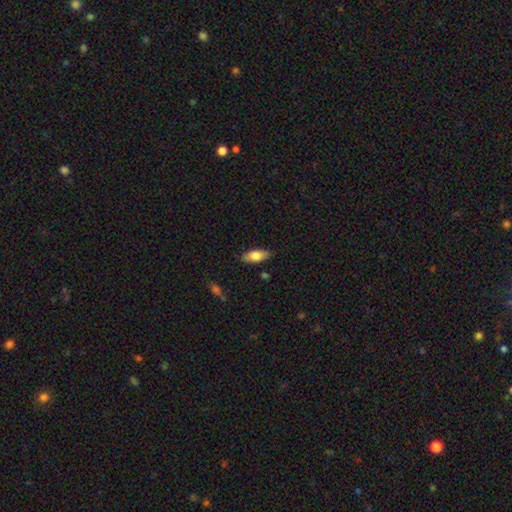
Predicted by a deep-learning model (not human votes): smooth 73%, featured or disk 20%, star or artifact 7%. Down the decision tree: how rounded — in between (81%); merging — none (84%).